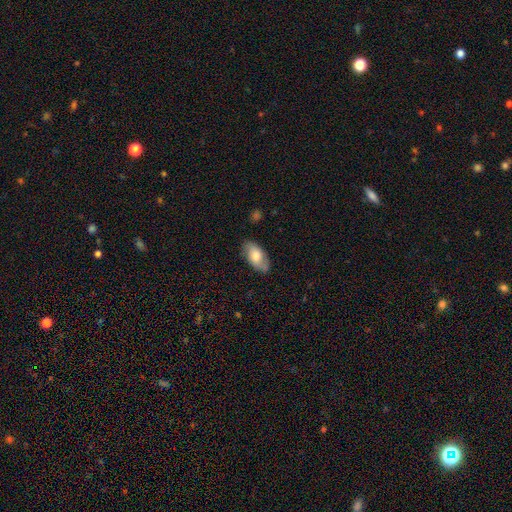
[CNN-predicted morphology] The model was most divided on "smooth or featured": smooth: 61%, featured or disk: 33%, star or artifact: 6%. More confident: how rounded — in between (93%); merging — none (80%).